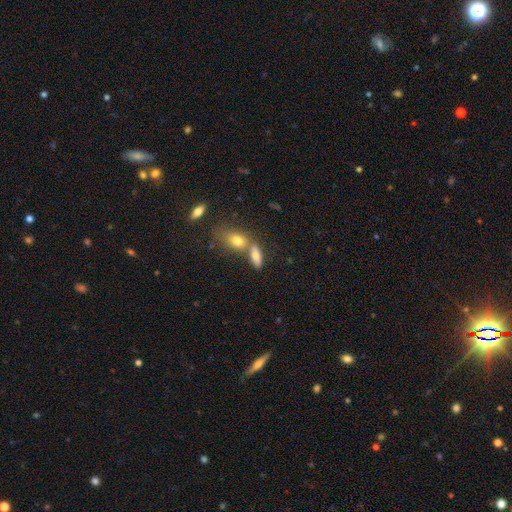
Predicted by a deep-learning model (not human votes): Morphology: type=smooth (75%); roundness=in between (71%); merging=none (44%).